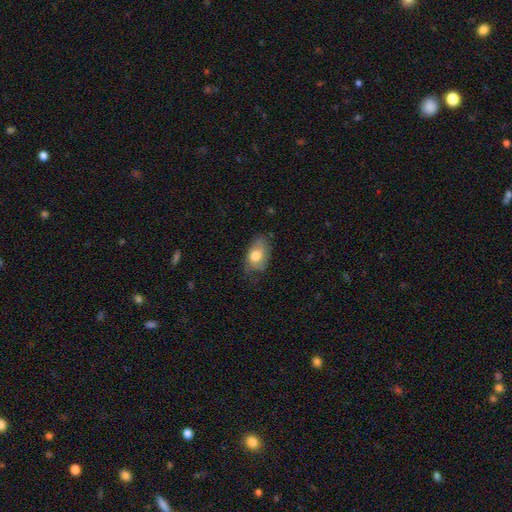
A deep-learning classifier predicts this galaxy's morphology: Overall: smooth (70%). How rounded: in between (88%). Merging: none (55%; minor disturbance 32%).